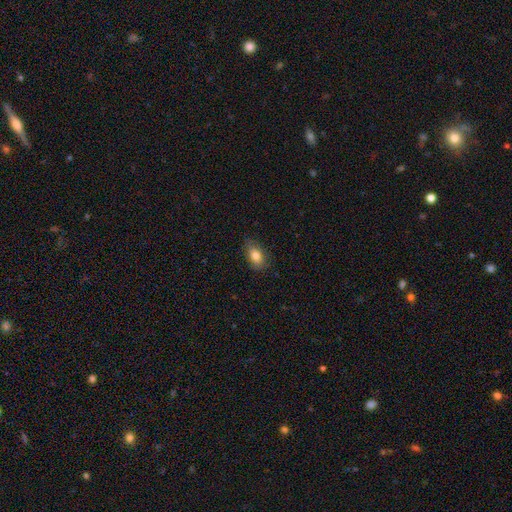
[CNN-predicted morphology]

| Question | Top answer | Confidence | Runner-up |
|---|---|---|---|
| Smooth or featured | smooth | 80% | featured or disk (13%) |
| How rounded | in between | 88% | round (9%) |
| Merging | none | 76% | minor disturbance (19%) |